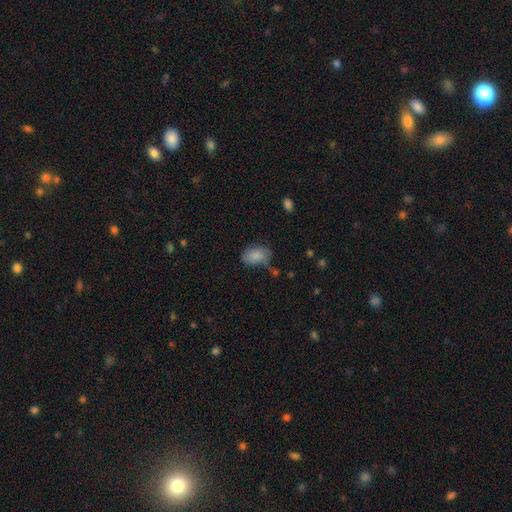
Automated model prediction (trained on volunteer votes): The model was most divided on "merging": none: 52%, minor disturbance: 29%, major disturbance: 11%, merger: 8%. More confident: how rounded — in between (86%); smooth or featured — smooth (84%).